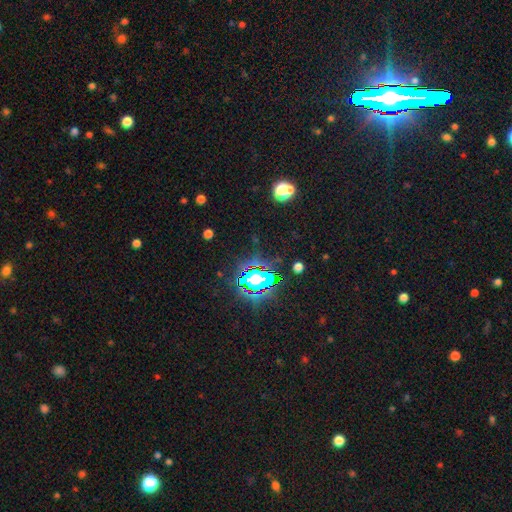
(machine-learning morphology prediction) A star or artifact, not a galaxy (84%).

Vote fractions:
- Smooth or featured? star or artifact: 84% / smooth: 9% / featured or disk: 7%